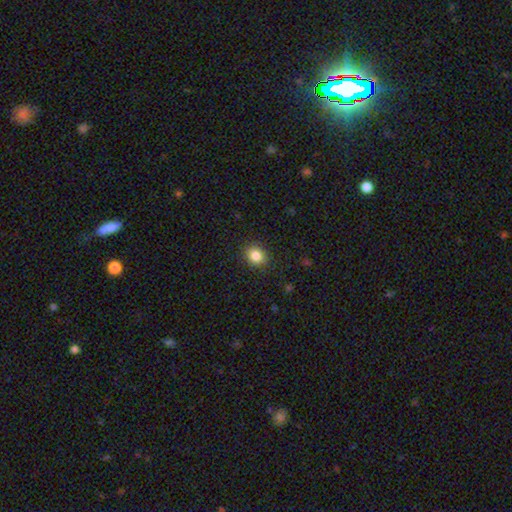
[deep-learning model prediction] Smooth or featured? Predicted: smooth (p=0.85). How rounded? Predicted: round (p=0.72). Merging? Predicted: none (p=0.89).